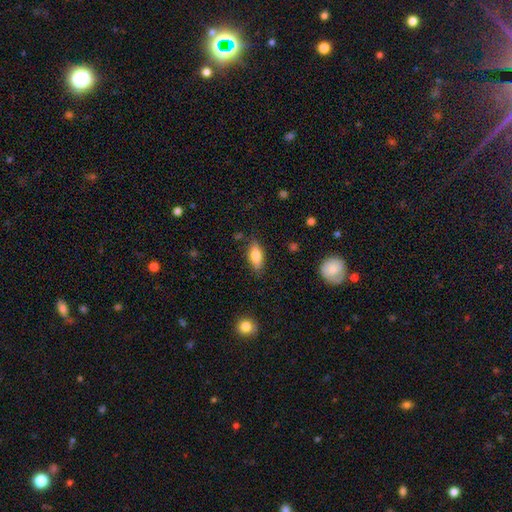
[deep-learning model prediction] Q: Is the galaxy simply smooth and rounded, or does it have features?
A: smooth — 77%.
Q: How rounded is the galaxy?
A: in between — 76%.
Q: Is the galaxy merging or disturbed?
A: none — 82%.